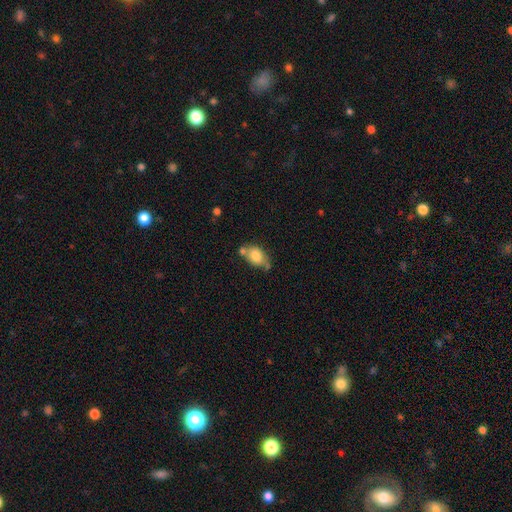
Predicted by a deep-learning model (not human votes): The model was most divided on "merging": none: 49%, merger: 23%, minor disturbance: 22%, major disturbance: 6%. More confident: how rounded — in between (82%); smooth or featured — smooth (77%).